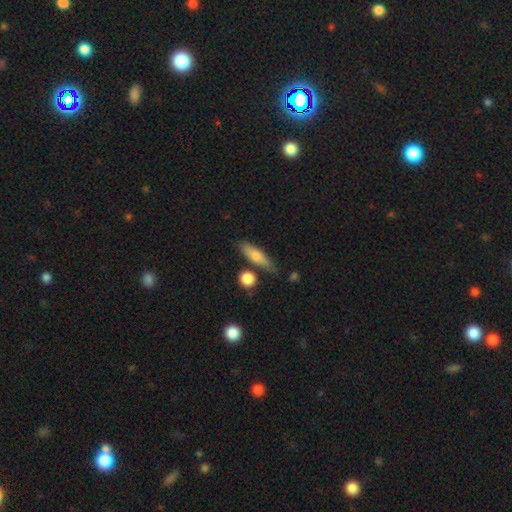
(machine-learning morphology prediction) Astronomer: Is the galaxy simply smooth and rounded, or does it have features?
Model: smooth — 69%.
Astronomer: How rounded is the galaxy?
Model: cigar-shaped — 62%.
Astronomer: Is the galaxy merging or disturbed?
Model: none — 74%.